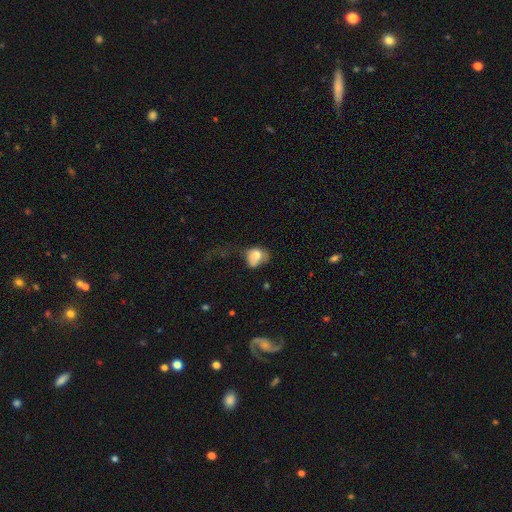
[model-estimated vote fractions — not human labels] A smooth galaxy with no disk features (71%) that is in between round and cigar-shaped (51%).

Vote fractions:
- Smooth or featured? smooth: 71% / featured or disk: 20% / star or artifact: 10%
- How rounded? in between: 51% / round: 48% / cigar-shaped: 1%
- Merging? major disturbance: 40% / minor disturbance: 28% / none: 25% / merger: 8%